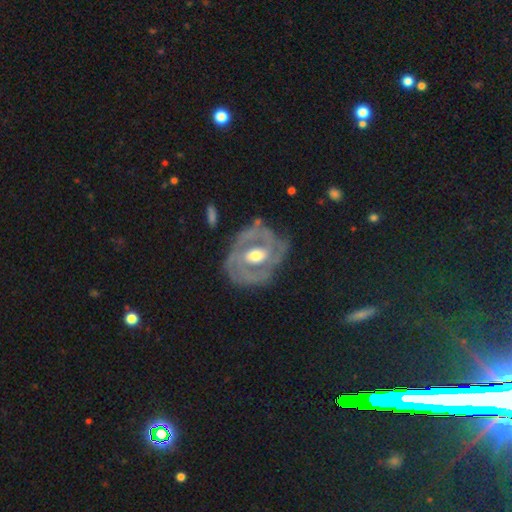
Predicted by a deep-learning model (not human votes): This is clearly a featured or disk galaxy (83%). It is clearly not viewed edge-on (97%). Bar: marginally weak (43%). Spiral arm pattern: likely yes (80%). Spiral arm count: possibly 2 (46%). Spiral winding: possibly tight (56%). Central bulge: likely moderate (73%). Merging: likely none (66%).